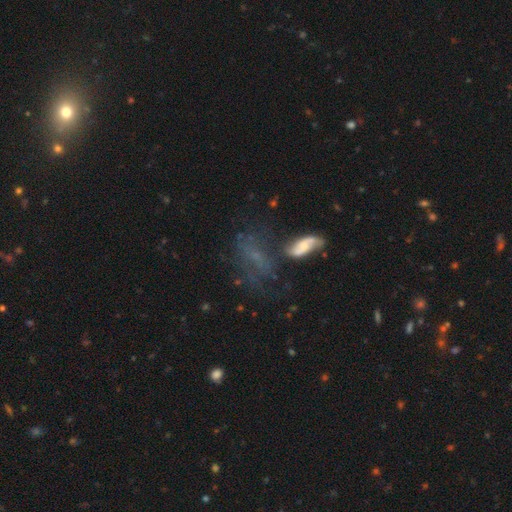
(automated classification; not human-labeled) Smooth or featured? Predicted: featured or disk (p=0.38). Merging? Predicted: none (p=0.32).